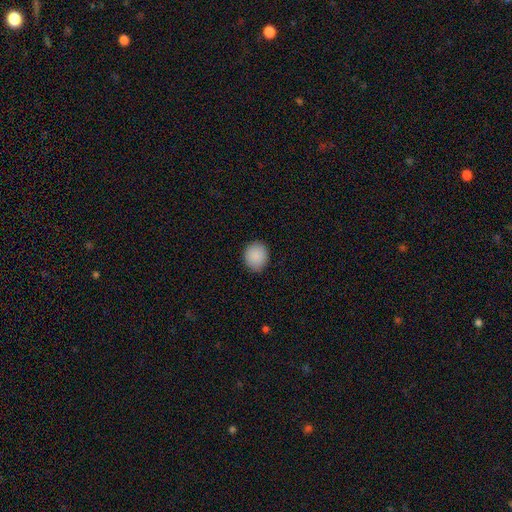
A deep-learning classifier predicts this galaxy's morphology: smooth 89%, star or artifact 7%, featured or disk 3%. Down the decision tree: how rounded — round (73%); merging — none (88%).